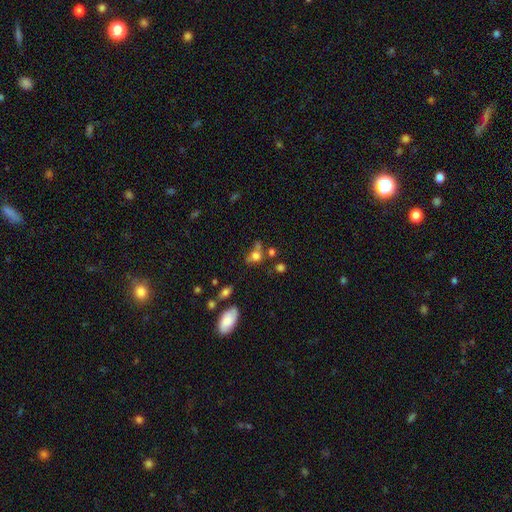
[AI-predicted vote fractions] A smooth galaxy with no disk features (68%) that is round (55%). Merging: none (40%).